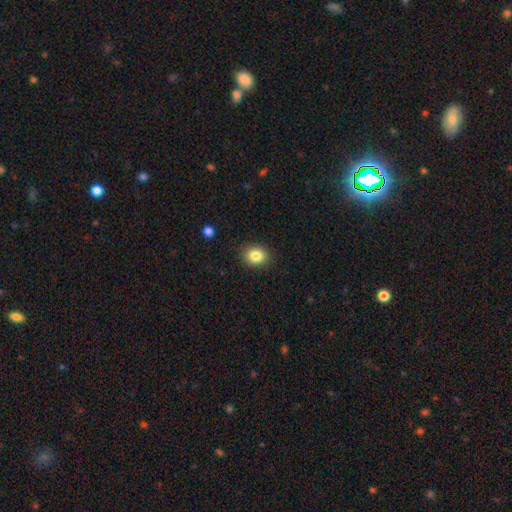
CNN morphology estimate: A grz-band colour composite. It shows a smooth galaxy with no disk features (84%) that is round (62%). Merging: none (88%).